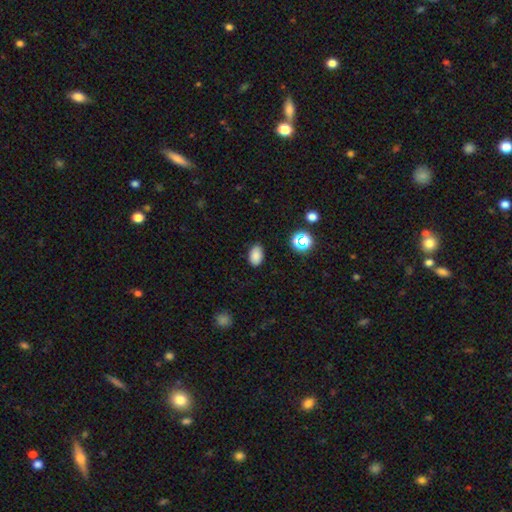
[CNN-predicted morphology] The model was most divided on "merging": none: 83%, minor disturbance: 13%, major disturbance: 3%, merger: 1%. More confident: how rounded — in between (86%); smooth or featured — smooth (83%).